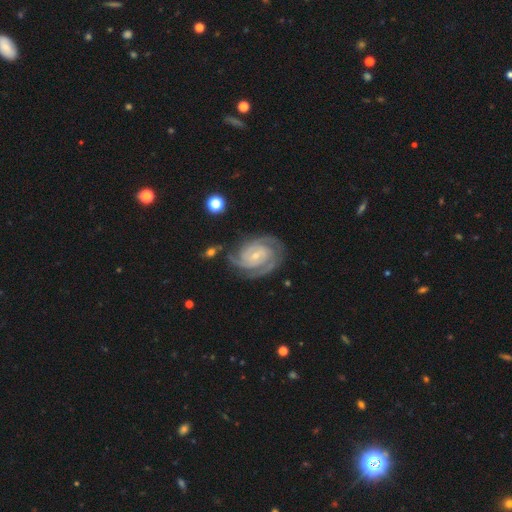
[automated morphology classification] A featured or disk galaxy (91%) with no bar (51%), 2 (41%) tight (71%) spiral arms (98%) and a small central bulge (73%). Merging: none (71%).